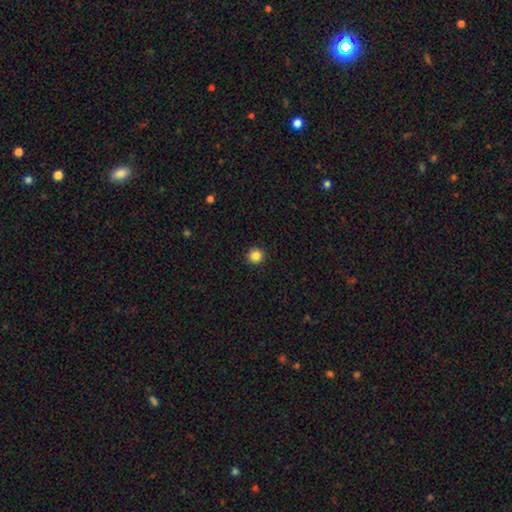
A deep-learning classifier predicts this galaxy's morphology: Smooth or featured: smooth — 85% (star or artifact — 11%)
How rounded: round — 93% (in between — 6%)
Merging: none — 93% (minor disturbance — 5%)